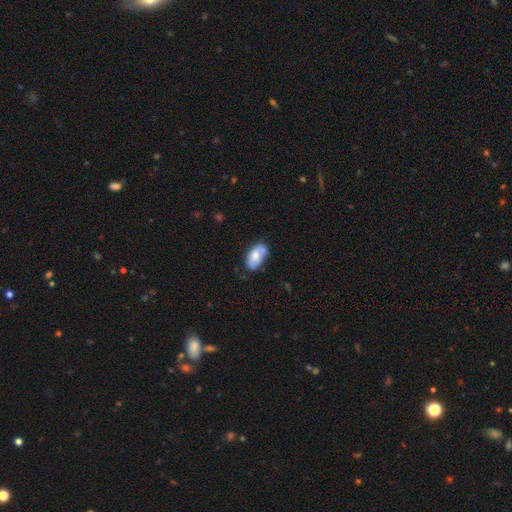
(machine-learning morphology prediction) The model was most divided on "merging": none: 58%, minor disturbance: 26%, merger: 11%, major disturbance: 6%. More confident: how rounded — in between (94%); smooth or featured — smooth (68%).